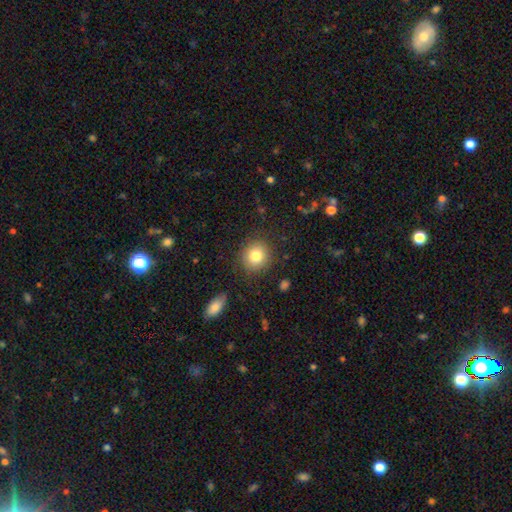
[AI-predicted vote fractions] A smooth galaxy with no disk features (81%) that is round (83%).

Vote fractions:
- Smooth or featured? smooth: 81% / star or artifact: 10% / featured or disk: 9%
- How rounded? round: 83% / in between: 16% / cigar-shaped: 1%
- Merging? none: 87% / minor disturbance: 9% / major disturbance: 3% / merger: 2%